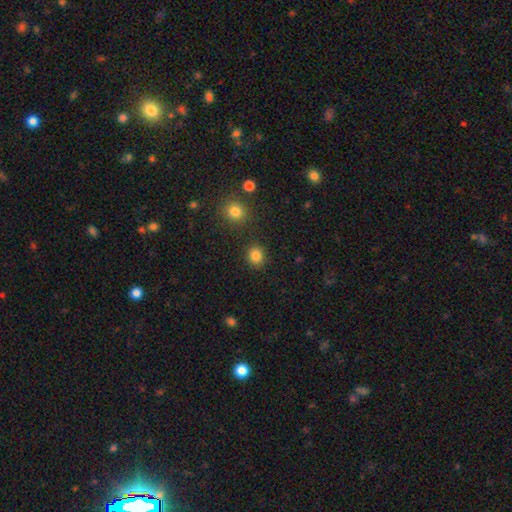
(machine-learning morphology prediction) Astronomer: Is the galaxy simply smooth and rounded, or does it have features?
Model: smooth — 84%.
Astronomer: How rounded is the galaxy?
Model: round — 75%.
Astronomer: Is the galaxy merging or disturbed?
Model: none — 87%.